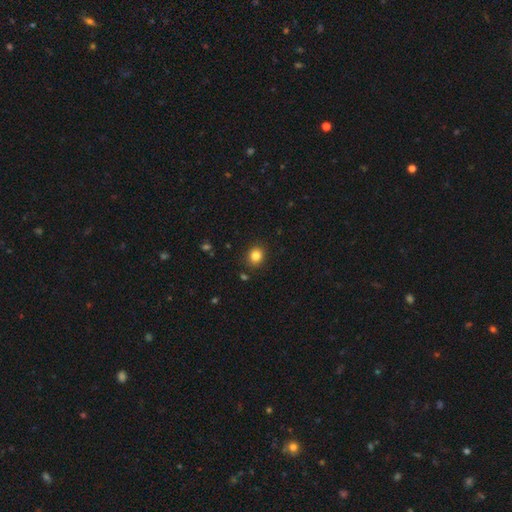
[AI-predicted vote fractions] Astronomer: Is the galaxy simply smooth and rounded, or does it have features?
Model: smooth — 84%.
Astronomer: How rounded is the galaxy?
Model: round — 77%.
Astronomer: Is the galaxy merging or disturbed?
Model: none — 89%.